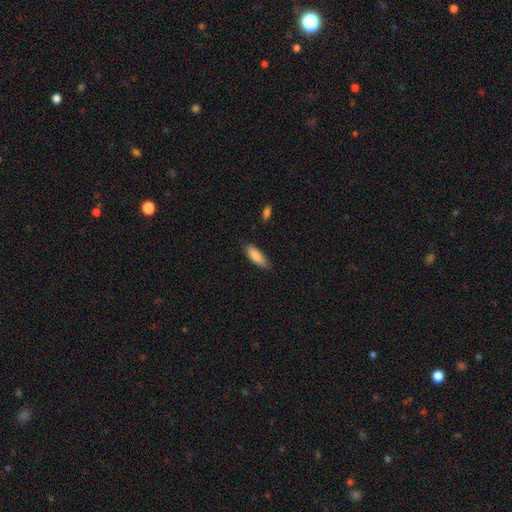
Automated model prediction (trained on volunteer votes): A smooth galaxy with no disk features (86%) that is in between round and cigar-shaped (57%). Merging: none (77%).